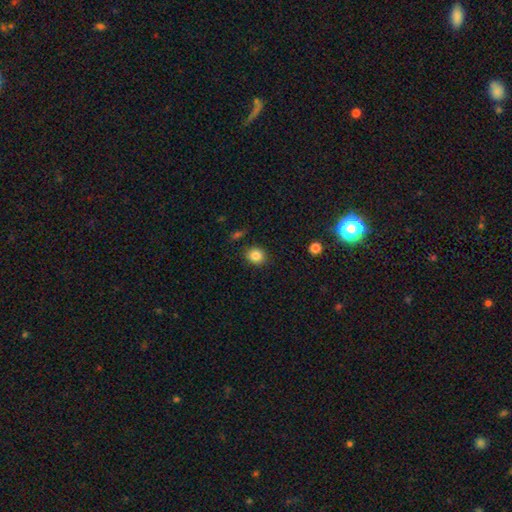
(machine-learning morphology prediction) A smooth galaxy with no disk features (85%) that is round (69%).

Vote fractions:
- Smooth or featured? smooth: 85% / star or artifact: 10% / featured or disk: 5%
- How rounded? round: 69% / in between: 30% / cigar-shaped: 1%
- Merging? none: 86% / minor disturbance: 10% / major disturbance: 2% / merger: 2%